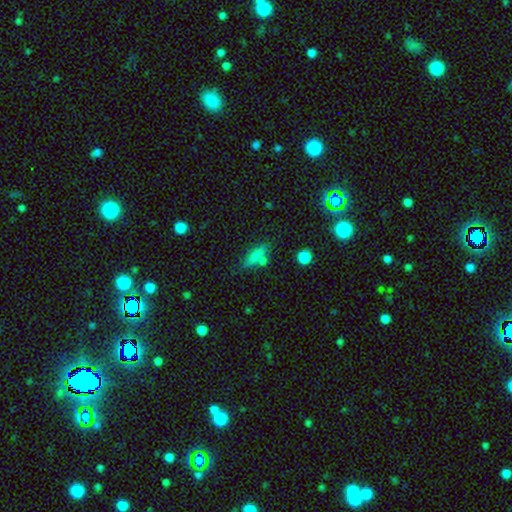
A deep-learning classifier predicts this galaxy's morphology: Q: Smooth or featured?
A: smooth (69%); runner-up: featured or disk (17%)
Q: How rounded?
A: in between (48%); runner-up: cigar-shaped (45%)
Q: Merging?
A: none (64%); runner-up: minor disturbance (17%)